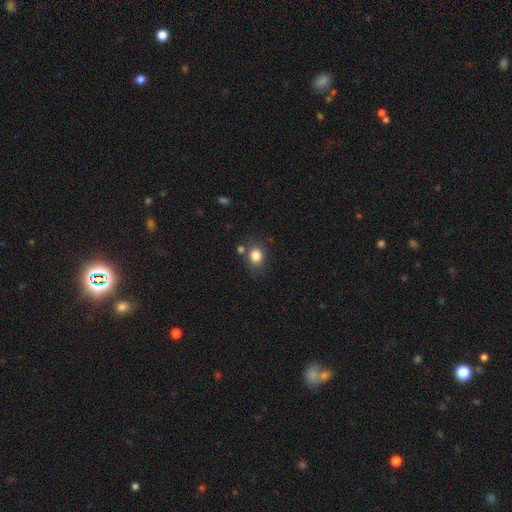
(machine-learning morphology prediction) smooth_or_featured: smooth (p=0.83) [alt: star or artifact p=0.11]
how_rounded: round (p=0.57) [alt: in between p=0.42]
merging: none (p=0.72) [alt: minor disturbance p=0.13]